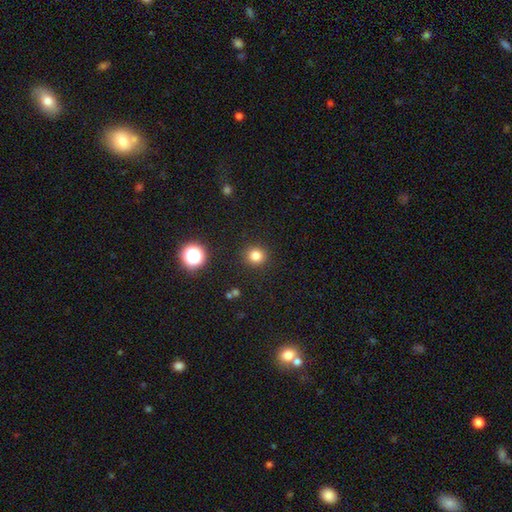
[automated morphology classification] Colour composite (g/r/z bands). It shows a smooth galaxy with no disk features (81%) that is round (90%). Merging: none (91%).